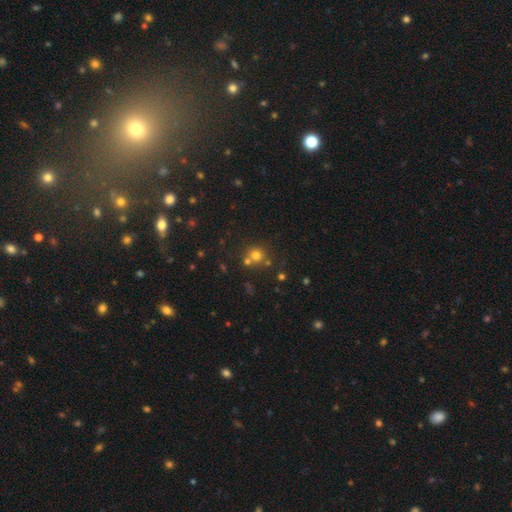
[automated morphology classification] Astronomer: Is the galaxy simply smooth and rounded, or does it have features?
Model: smooth — 70%.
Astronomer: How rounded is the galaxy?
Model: round — 90%.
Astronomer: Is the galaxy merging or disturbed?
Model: none — 62%.